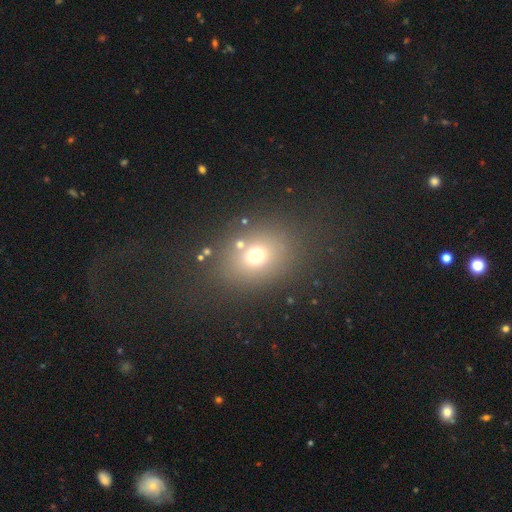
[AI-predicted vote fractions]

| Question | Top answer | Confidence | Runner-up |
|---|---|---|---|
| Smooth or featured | smooth | 67% | star or artifact (20%) |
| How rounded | round | 56% | in between (42%) |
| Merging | none | 77% | minor disturbance (10%) |